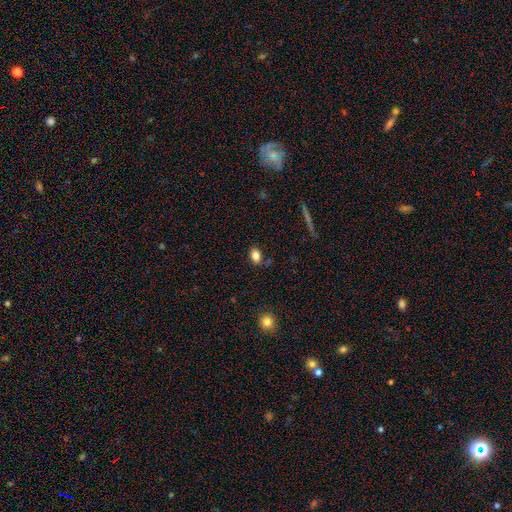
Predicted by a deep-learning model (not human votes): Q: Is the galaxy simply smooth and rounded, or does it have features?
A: smooth — 83%.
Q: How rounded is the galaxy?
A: in between — 79%.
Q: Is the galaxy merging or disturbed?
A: none — 82%.